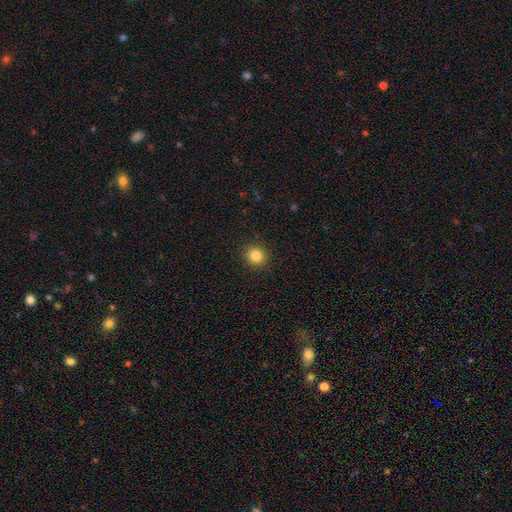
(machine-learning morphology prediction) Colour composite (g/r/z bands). It shows a smooth galaxy with no disk features (84%) that is round (89%). Merging: none (92%).